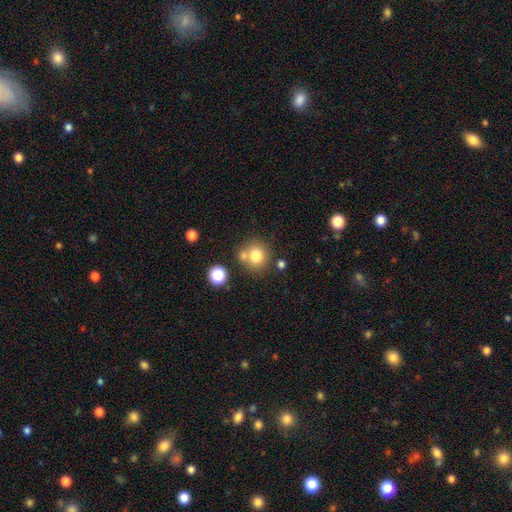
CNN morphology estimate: Smooth or featured? smooth (77%)
How rounded? round (88%)
Merging? none (63%)